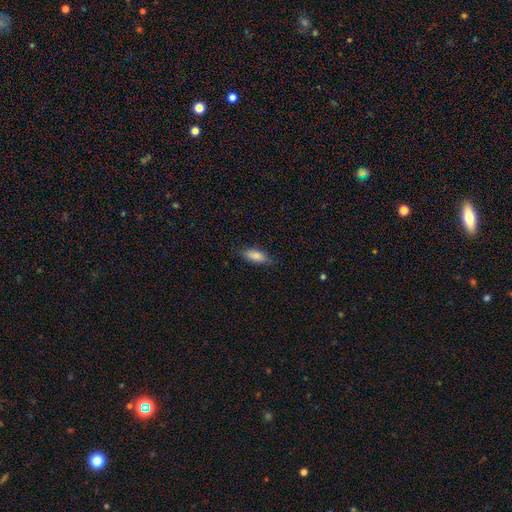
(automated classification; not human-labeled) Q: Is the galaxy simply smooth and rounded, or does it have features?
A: smooth — 84%.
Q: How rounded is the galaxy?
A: in between — 74%.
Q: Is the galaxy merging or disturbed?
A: none — 78%.